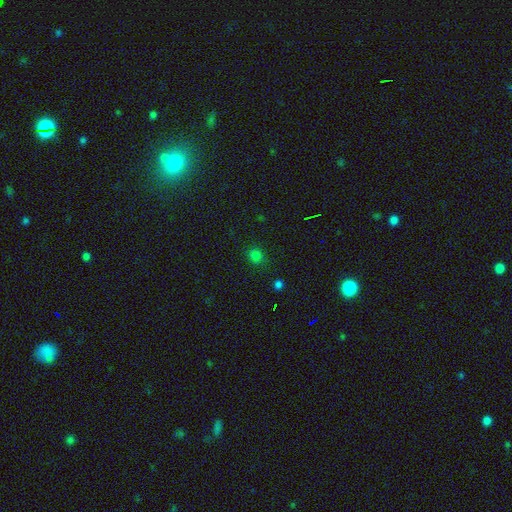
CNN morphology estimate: Smooth or featured?
  - smooth: 76% *
  - star or artifact: 20%
  - featured or disk: 4%
How rounded?
  - round: 83% *
  - in between: 16%
  - cigar-shaped: 1%
Merging?
  - none: 86% *
  - minor disturbance: 9%
  - major disturbance: 3%
  - merger: 2%